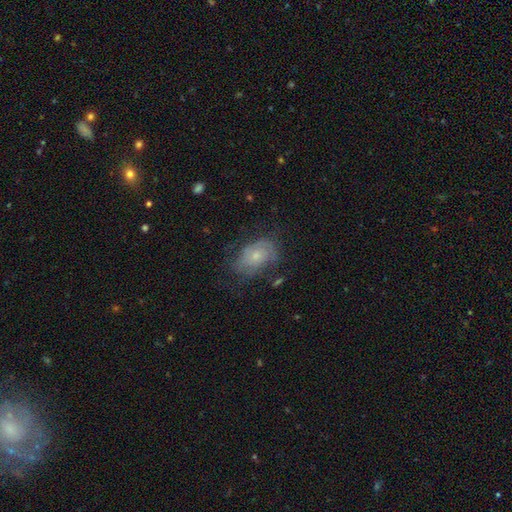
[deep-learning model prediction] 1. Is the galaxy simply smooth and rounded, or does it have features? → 47% featured or disk, 43% smooth, 10% star or artifact.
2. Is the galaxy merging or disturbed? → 56% none, 26% minor disturbance, 16% major disturbance, 2% merger.